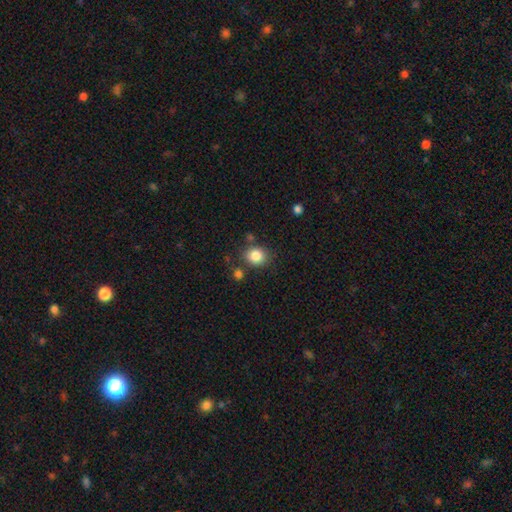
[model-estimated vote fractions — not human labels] Overall: smooth (84%). How rounded: round (77%). Merging: none (78%).